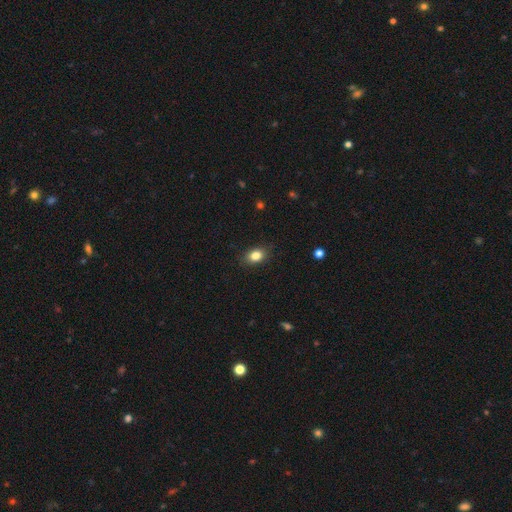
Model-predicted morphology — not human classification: A smooth galaxy with no disk features (84%) that is in between round and cigar-shaped (74%).

Vote fractions:
- Smooth or featured? smooth: 84% / star or artifact: 9% / featured or disk: 7%
- How rounded? in between: 74% / round: 25% / cigar-shaped: 1%
- Merging? none: 86% / minor disturbance: 10% / major disturbance: 2% / merger: 1%